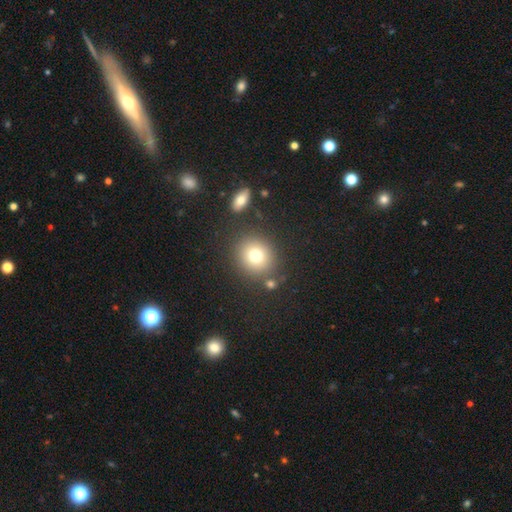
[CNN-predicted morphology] smooth 76%, star or artifact 13%, featured or disk 11%. Down the decision tree: how rounded — round (85%); merging — none (82%).